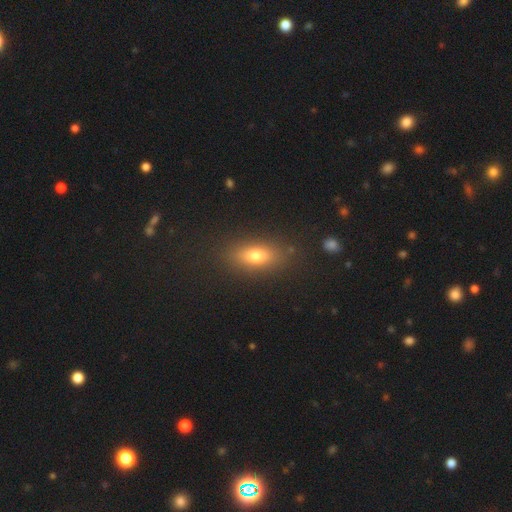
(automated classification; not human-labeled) smooth_or_featured: smooth (p=0.72) [alt: featured or disk p=0.17]
how_rounded: in between (p=0.73) [alt: cigar-shaped p=0.19]
merging: none (p=0.85) [alt: minor disturbance p=0.10]